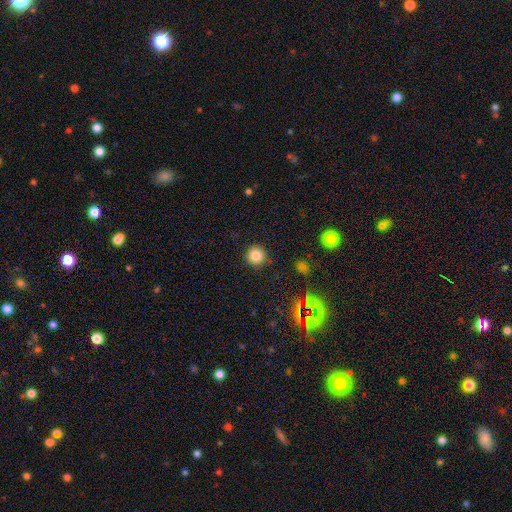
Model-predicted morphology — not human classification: This appears to be a smooth galaxy with no disk features (81%) that is round (94%). Merging: none (90%).